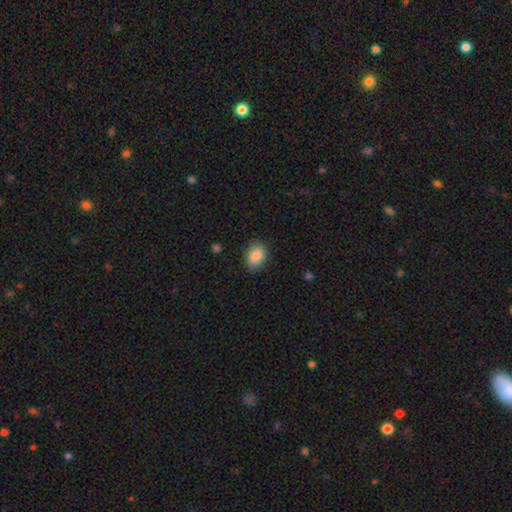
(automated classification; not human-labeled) smooth 88%, star or artifact 8%, featured or disk 5%. Down the decision tree: how rounded — in between (73%); merging — none (82%).